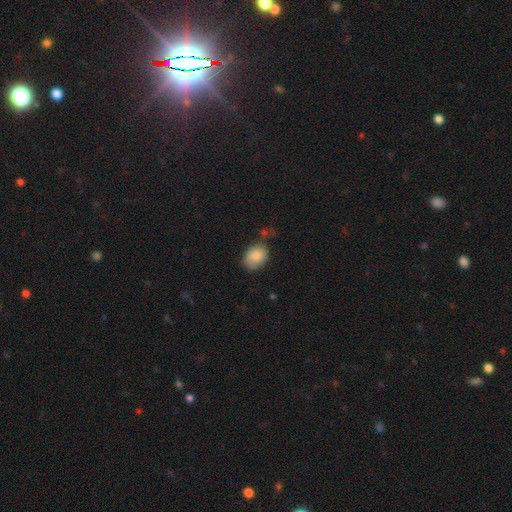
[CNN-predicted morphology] A smooth galaxy with no disk features (86%) that is in between round and cigar-shaped (71%).

Vote fractions:
- Smooth or featured? smooth: 86% / star or artifact: 7% / featured or disk: 6%
- How rounded? in between: 71% / round: 28% / cigar-shaped: 1%
- Merging? none: 63% / minor disturbance: 25% / major disturbance: 6% / merger: 6%